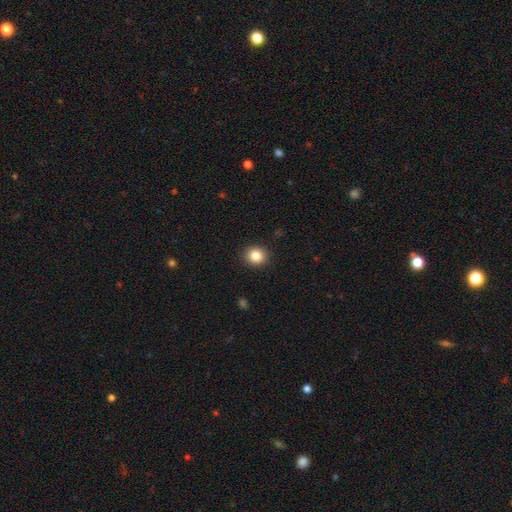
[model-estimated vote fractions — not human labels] smooth_or_featured: smooth (p=0.85) [alt: star or artifact p=0.10]
how_rounded: round (p=0.85) [alt: in between p=0.14]
merging: none (p=0.91) [alt: minor disturbance p=0.06]